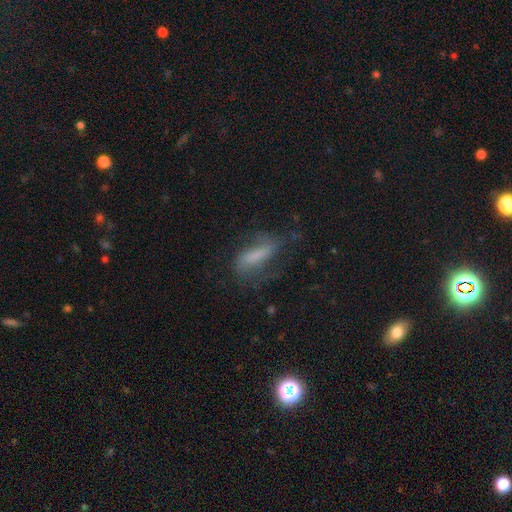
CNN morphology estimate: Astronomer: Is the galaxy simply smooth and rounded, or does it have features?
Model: smooth — 51% (runner-up: featured or disk, 37%).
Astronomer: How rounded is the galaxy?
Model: in between — 49% (runner-up: cigar-shaped, 48%).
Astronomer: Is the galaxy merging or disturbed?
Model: none — 47% (runner-up: minor disturbance, 26%).